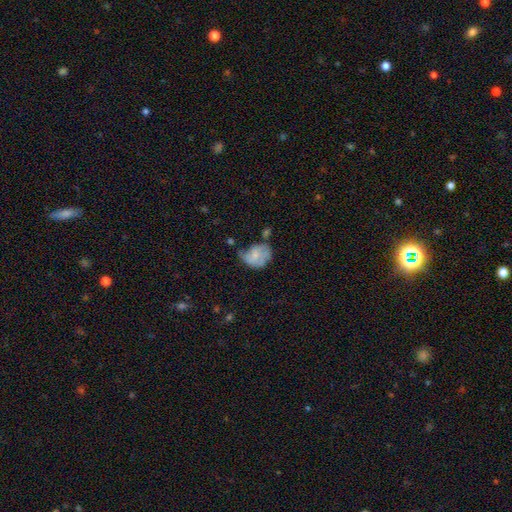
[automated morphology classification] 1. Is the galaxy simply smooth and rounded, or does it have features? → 51% smooth, 40% featured or disk, 8% star or artifact.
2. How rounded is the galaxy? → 52% in between, 47% round, 1% cigar-shaped.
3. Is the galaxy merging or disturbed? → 35% minor disturbance, 29% none, 25% major disturbance, 10% merger.